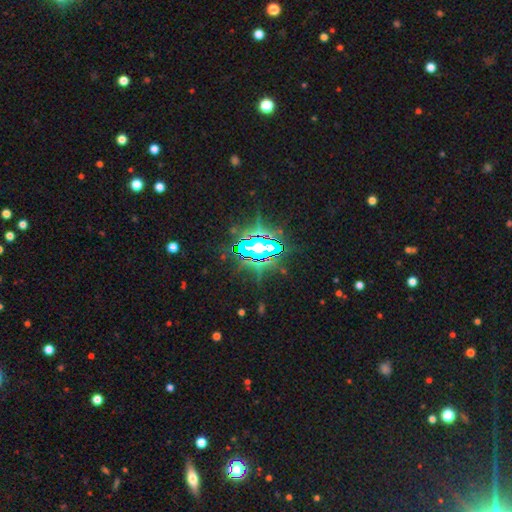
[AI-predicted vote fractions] A star or artifact, not a galaxy (78%).